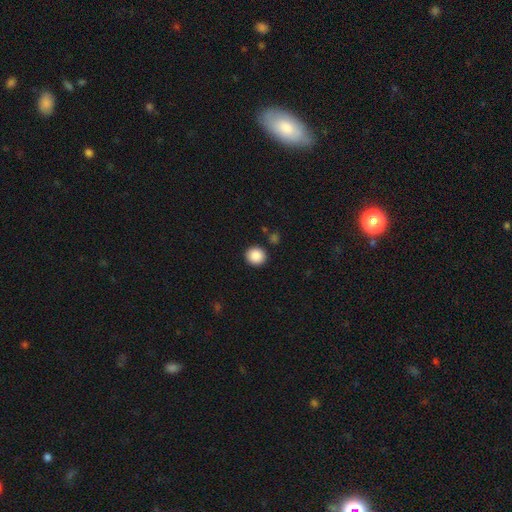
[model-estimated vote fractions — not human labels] Smooth or featured? Predicted: smooth (p=0.89). How rounded? Predicted: round (p=0.91). Merging? Predicted: none (p=0.90).